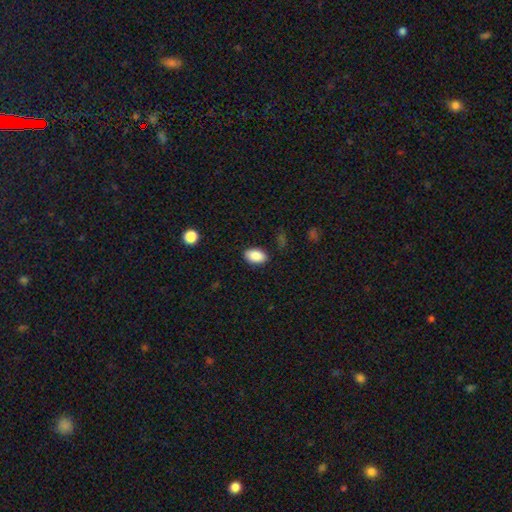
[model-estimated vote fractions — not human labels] This is clearly a smooth galaxy (88%). How rounded: clearly in between (92%). Merging: clearly none (85%).